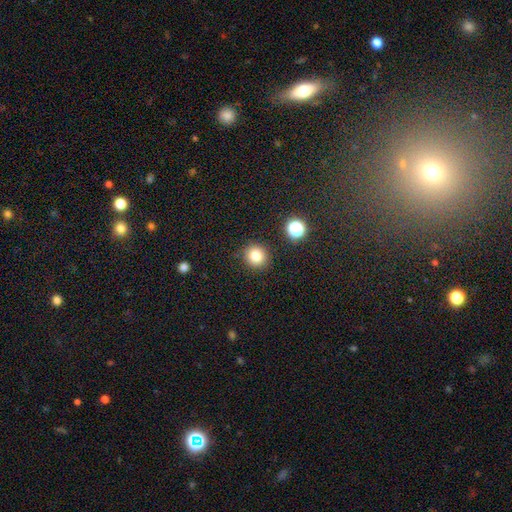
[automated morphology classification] Overall: smooth (81%). How rounded: round (92%). Merging: none (88%).